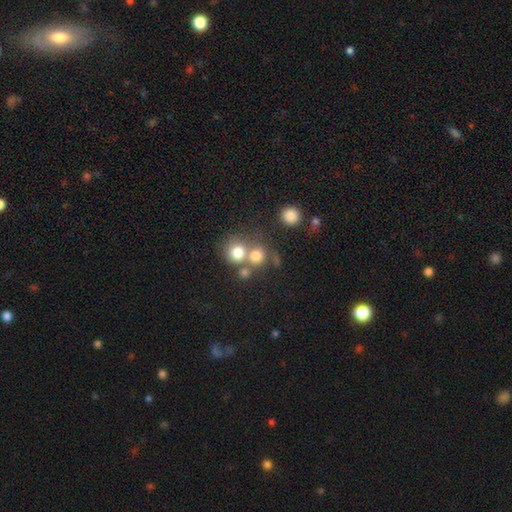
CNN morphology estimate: Overall: smooth (74%). How rounded: round (86%). Merging: none (47%; merger 42%).